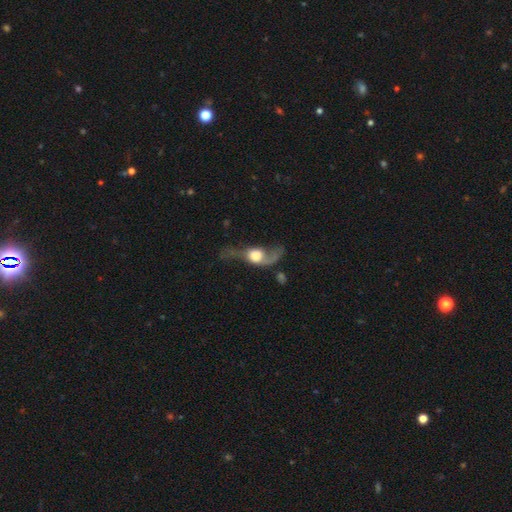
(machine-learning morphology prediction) type=featured or disk (64%); edge-on=no (68%); merging=major disturbance (44%).